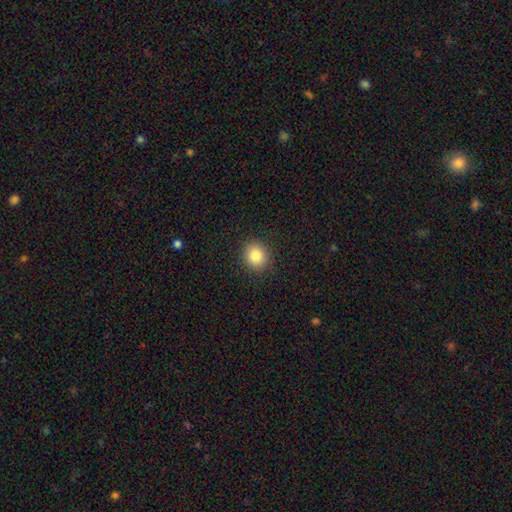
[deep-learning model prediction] Morphology: type=smooth (84%); roundness=round (82%); merging=none (91%).